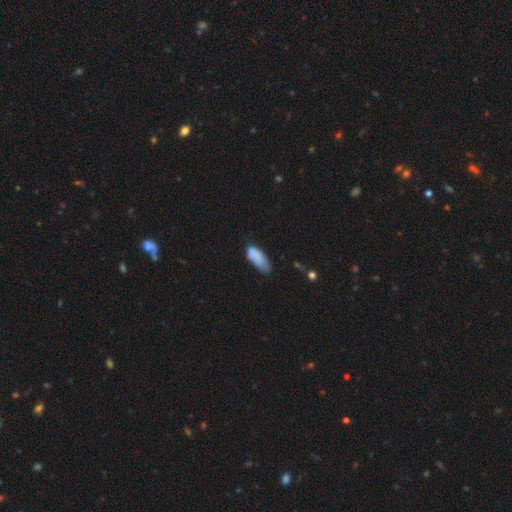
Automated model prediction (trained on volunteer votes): A smooth galaxy with no disk features (83%) that is in between round and cigar-shaped (84%).

Vote fractions:
- Smooth or featured? smooth: 83% / featured or disk: 10% / star or artifact: 8%
- How rounded? in between: 84% / cigar-shaped: 14% / round: 2%
- Merging? minor disturbance: 46% / none: 34% / major disturbance: 16% / merger: 3%